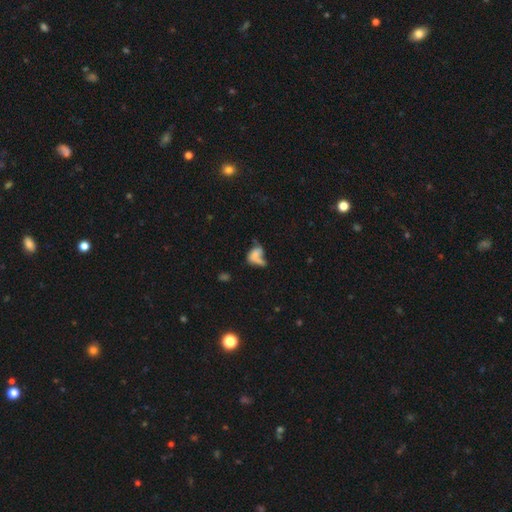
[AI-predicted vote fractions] The model was most divided on "merging": merger: 36%, none: 26%, major disturbance: 23%, minor disturbance: 16%. More confident: how rounded — in between (79%); smooth or featured — smooth (57%).